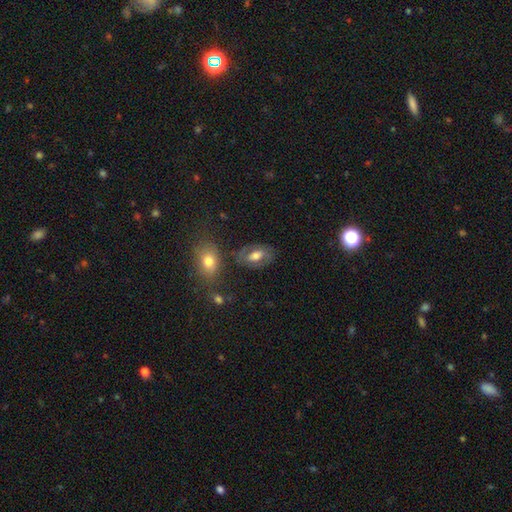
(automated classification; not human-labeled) The model was most divided on "smooth or featured": smooth: 48%, featured or disk: 43%, star or artifact: 8%. More confident: merging — none (73%).